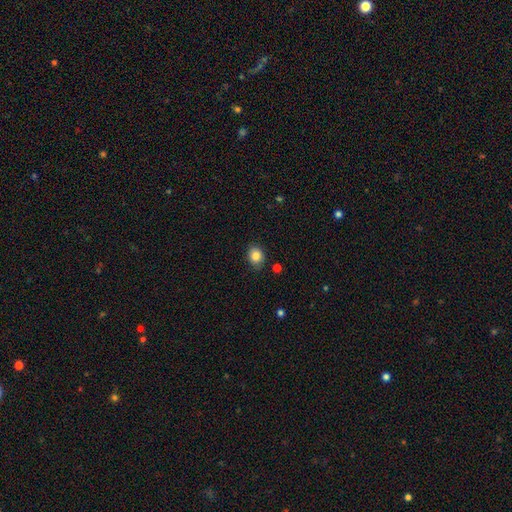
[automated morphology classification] type=smooth (85%); roundness=in between (53%); merging=none (84%).